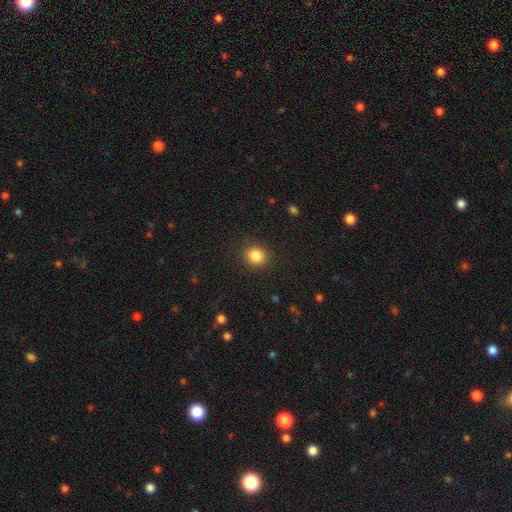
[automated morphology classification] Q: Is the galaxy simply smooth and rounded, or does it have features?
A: smooth — 85%.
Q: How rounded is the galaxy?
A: round — 82%.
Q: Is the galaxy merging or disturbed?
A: none — 89%.